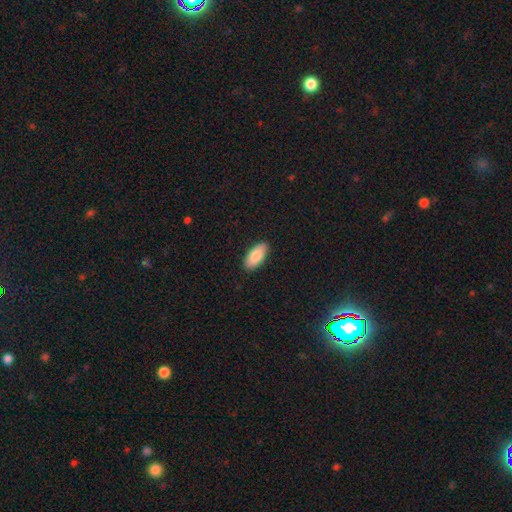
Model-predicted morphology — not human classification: Overall: smooth (85%). How rounded: in between (90%). Merging: none (89%).